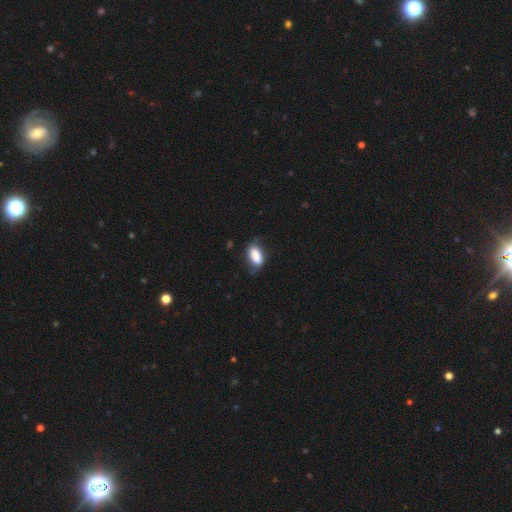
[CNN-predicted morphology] smooth-or-featured: smooth: 81% | featured or disk: 12% | star or artifact: 7%
  how-rounded: in between: 87% | cigar-shaped: 7% | round: 6%
  merging: none: 62% | minor disturbance: 28% | major disturbance: 9% | merger: 2%